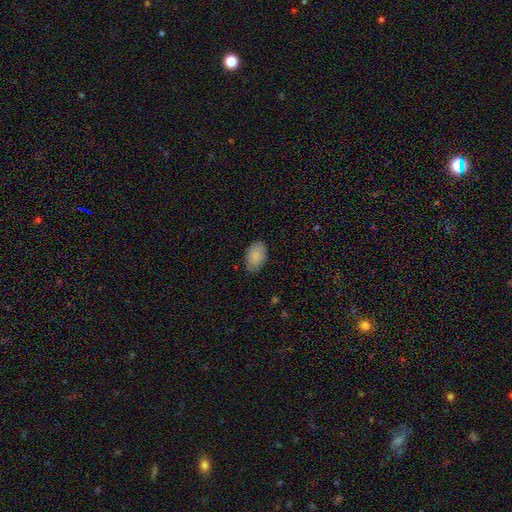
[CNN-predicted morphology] smooth_or_featured: smooth (p=0.88) [alt: star or artifact p=0.06]
how_rounded: in between (p=0.93) [alt: round p=0.06]
merging: none (p=0.82) [alt: minor disturbance p=0.15]